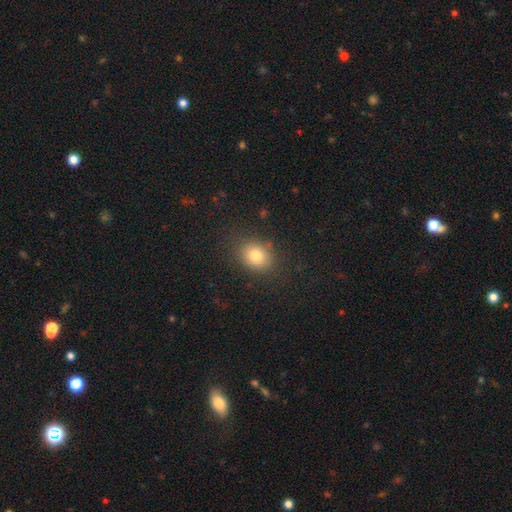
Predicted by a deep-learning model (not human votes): smooth 80%, star or artifact 12%, featured or disk 8%. Down the decision tree: how rounded — round (56%); merging — none (83%).